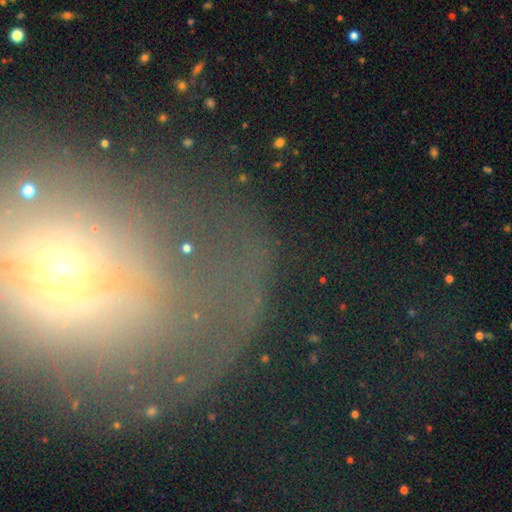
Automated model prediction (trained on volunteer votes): Smooth or featured? Predicted: star or artifact (p=0.36).